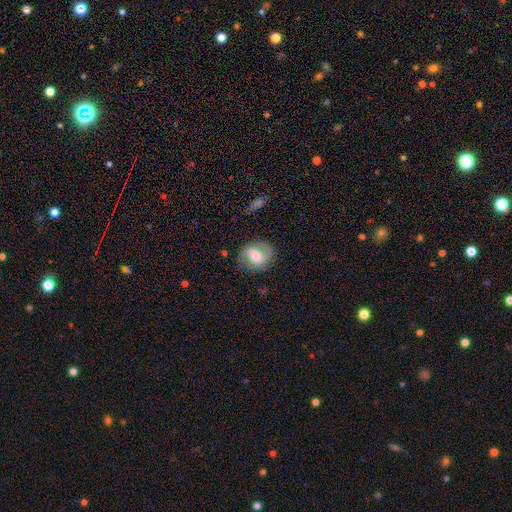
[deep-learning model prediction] featured or disk 66%, smooth 27%, star or artifact 7%. Down the decision tree: edge-on disk — no (97%); bar — weak (44%); spiral arms — yes (88%); spiral arm count — 2 (84%); spiral winding — medium (43%); bulge size — moderate (64%); merging — none (75%).